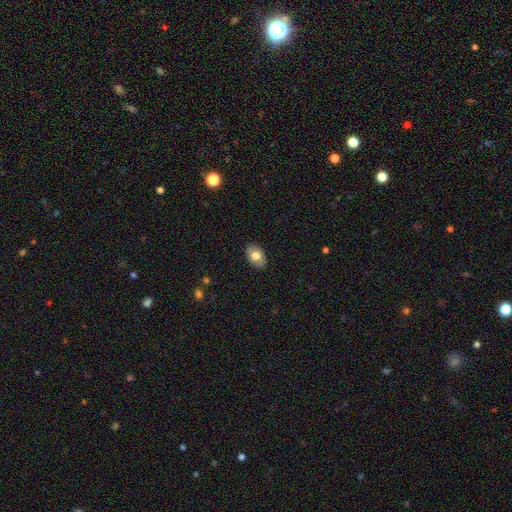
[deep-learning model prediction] A smooth galaxy with no disk features (72%) that is in between round and cigar-shaped (88%). Merging: none (87%).